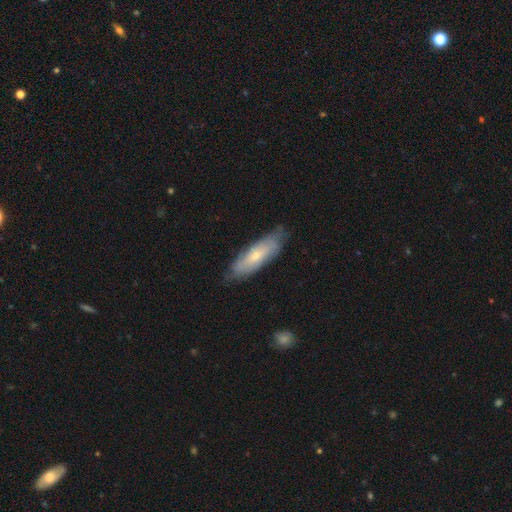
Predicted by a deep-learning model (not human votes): A featured or disk galaxy (48%). Merging: none (72%).